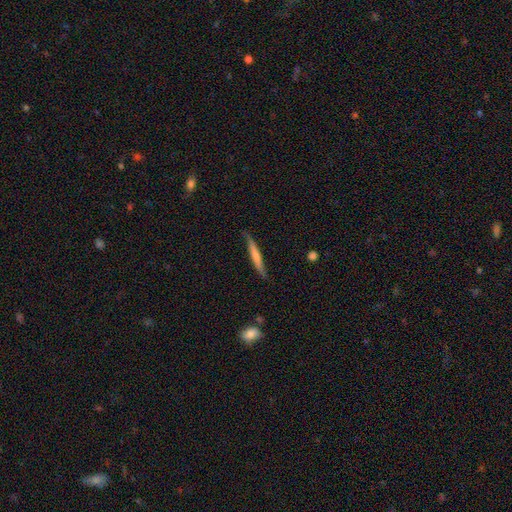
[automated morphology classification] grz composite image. It shows a smooth galaxy with no disk features (56%) that is cigar-shaped (95%). Merging: none (77%).